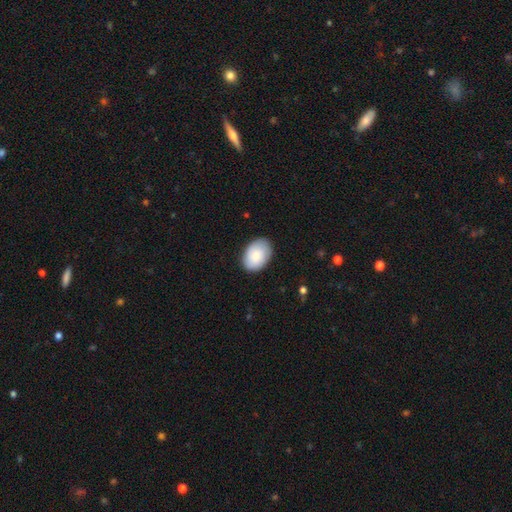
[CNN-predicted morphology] This is clearly a smooth galaxy (81%). How rounded: clearly in between (82%). Merging: clearly none (83%).